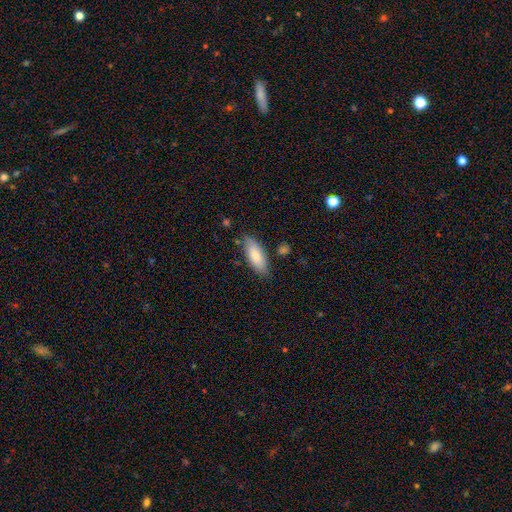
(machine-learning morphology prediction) This is likely a smooth galaxy (79%). How rounded: likely in between (72%). Merging: likely none (78%).